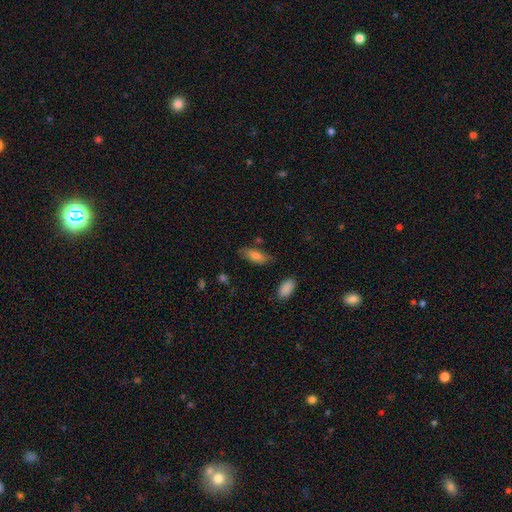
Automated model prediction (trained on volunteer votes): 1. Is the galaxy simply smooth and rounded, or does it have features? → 76% smooth, 17% featured or disk, 7% star or artifact.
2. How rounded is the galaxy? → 76% in between, 21% cigar-shaped, 2% round.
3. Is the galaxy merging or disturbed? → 73% none, 19% minor disturbance, 4% major disturbance, 4% merger.